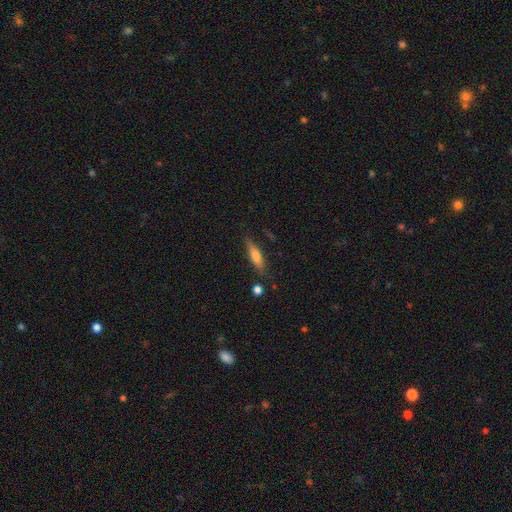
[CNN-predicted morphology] The model was most divided on "smooth or featured": smooth: 54%, featured or disk: 38%, star or artifact: 8%. More confident: merging — none (79%); how rounded — cigar-shaped (73%).